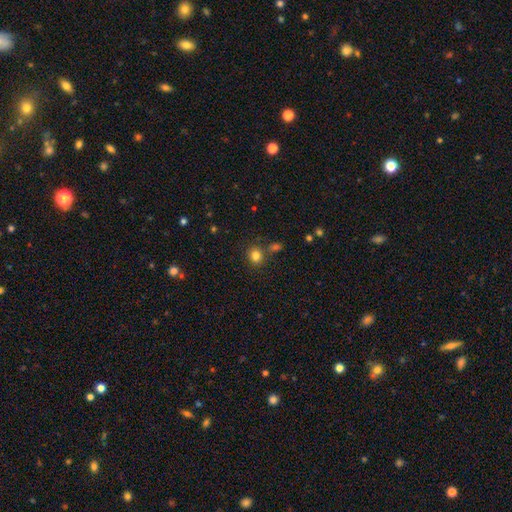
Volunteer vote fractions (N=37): Smooth or featured: smooth — 89% (featured or disk — 5%)
How rounded: round — 67% (in between — 33%)
Merging: none — 91% (minor disturbance — 3%)